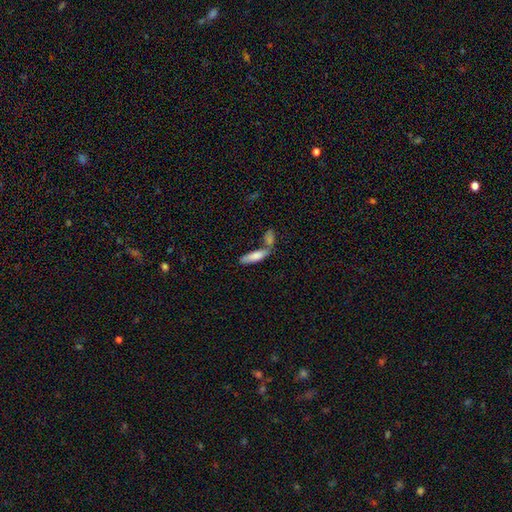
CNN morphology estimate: smooth_or_featured: smooth (p=0.79) [alt: featured or disk p=0.14]
how_rounded: in between (p=0.53) [alt: cigar-shaped p=0.45]
merging: merger (p=0.44) [alt: none p=0.40]